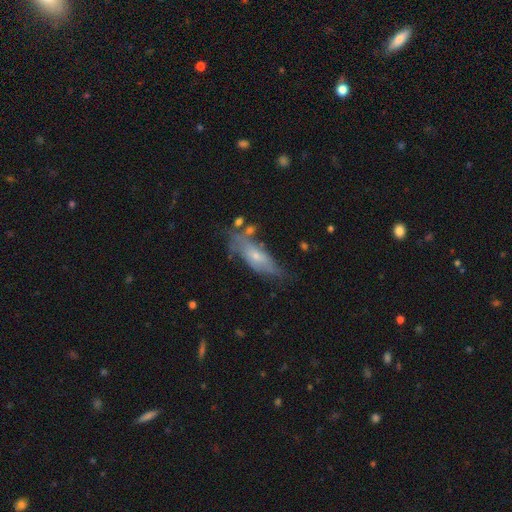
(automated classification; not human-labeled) This is possibly a featured or disk galaxy (51%). It is likely not viewed edge-on (68%). Merging: possibly none (52%).